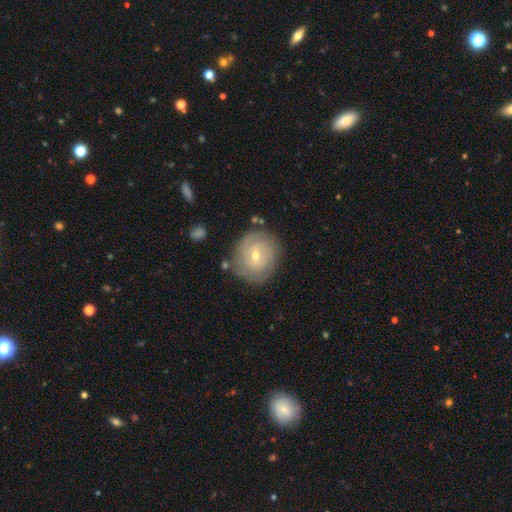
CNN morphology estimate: Overall: featured or disk (66%; smooth 27%). Edge-on disk: no (97%). Bar: no (52%; weak 40%). Spiral arms: yes (81%). Spiral arm count: can't tell (46%; 2 29%). Spiral winding: tight (74%). Bulge size: small (54%; moderate 43%). Merging: none (79%).